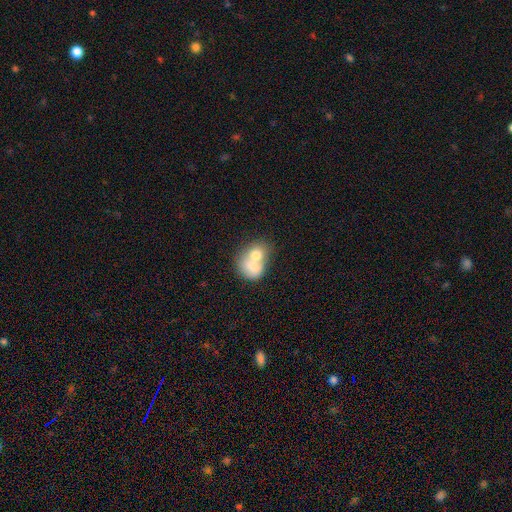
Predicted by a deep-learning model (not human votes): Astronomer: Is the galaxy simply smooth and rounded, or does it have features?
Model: smooth — 68%.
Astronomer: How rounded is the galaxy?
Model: round — 53% (runner-up: in between, 46%).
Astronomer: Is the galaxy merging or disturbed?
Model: merger — 70%.